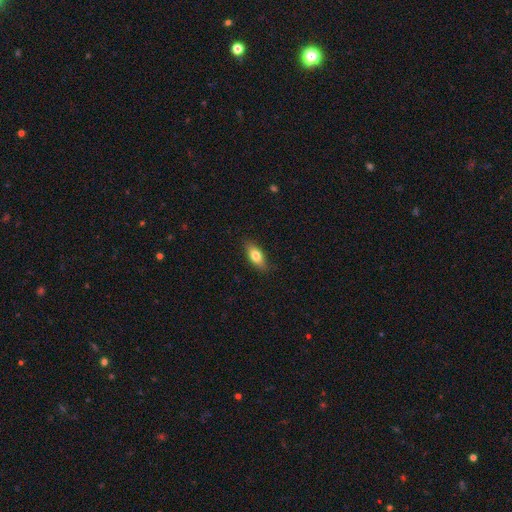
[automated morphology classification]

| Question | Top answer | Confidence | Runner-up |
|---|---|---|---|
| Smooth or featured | smooth | 76% | featured or disk (17%) |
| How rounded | in between | 80% | cigar-shaped (16%) |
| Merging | none | 87% | minor disturbance (10%) |